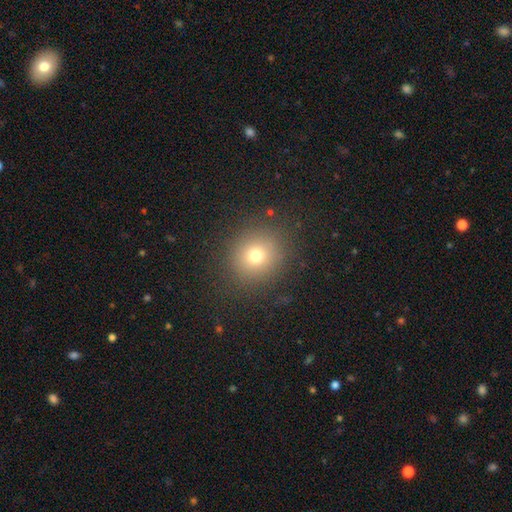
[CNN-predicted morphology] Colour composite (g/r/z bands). It shows a smooth galaxy with no disk features (72%) that is round (87%). Merging: none (87%).